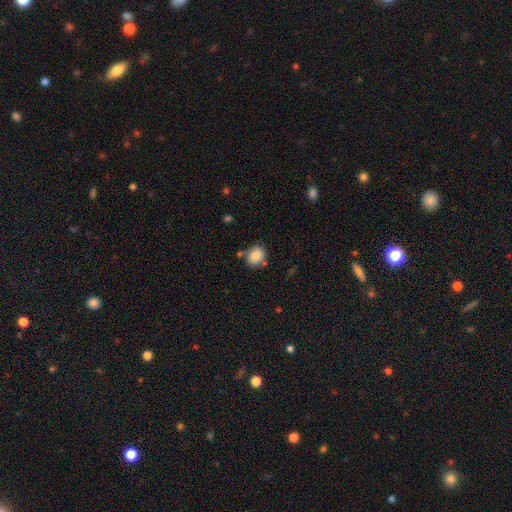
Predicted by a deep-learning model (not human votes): Smooth or featured?
  - smooth: 84% *
  - star or artifact: 9%
  - featured or disk: 7%
How rounded?
  - round: 68% *
  - in between: 31%
  - cigar-shaped: 1%
Merging?
  - none: 67% *
  - minor disturbance: 18%
  - merger: 11%
  - major disturbance: 5%